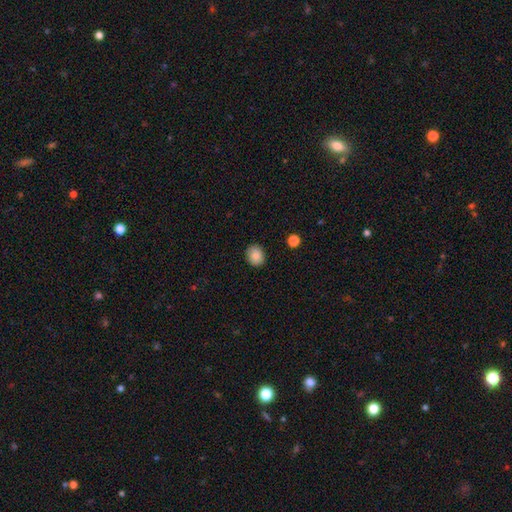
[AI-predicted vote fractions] A smooth galaxy with no disk features (86%) that is round (61%). Merging: none (88%).